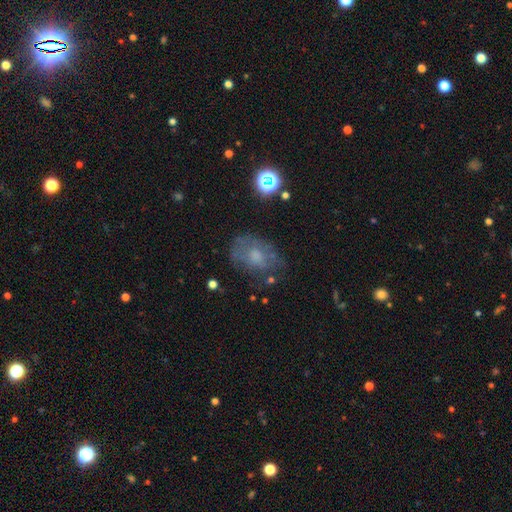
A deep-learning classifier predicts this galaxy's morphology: This appears to be a smooth galaxy with no disk features (45%). Merging: none (57%).